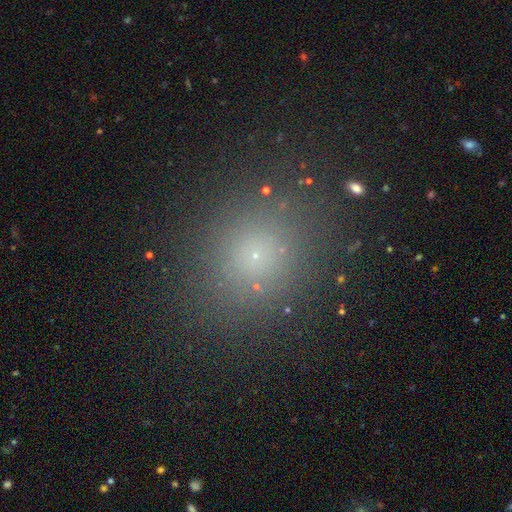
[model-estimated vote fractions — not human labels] Morphology: type=smooth (66%); roundness=round (75%); merging=none (85%).